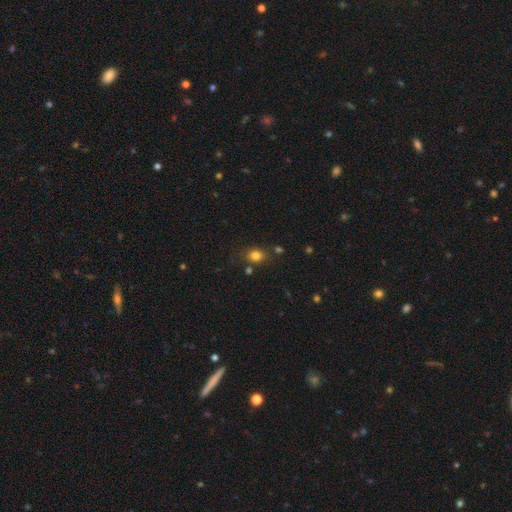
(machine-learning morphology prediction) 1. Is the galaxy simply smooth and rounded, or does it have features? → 80% smooth, 14% star or artifact, 7% featured or disk.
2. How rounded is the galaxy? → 61% round, 38% in between, 1% cigar-shaped.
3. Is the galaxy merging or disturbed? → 76% none, 14% minor disturbance, 6% merger, 4% major disturbance.